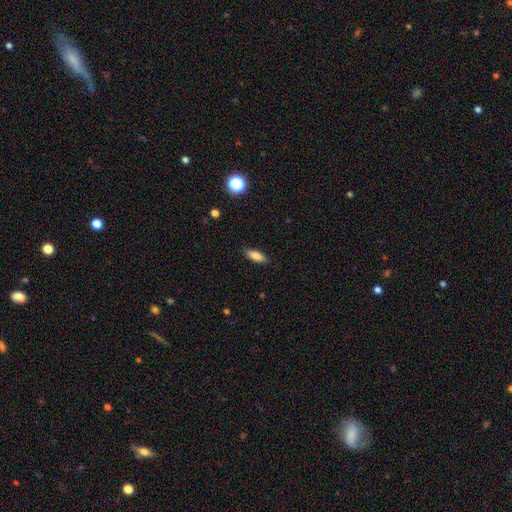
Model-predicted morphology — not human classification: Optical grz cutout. It shows a smooth galaxy with no disk features (80%) that is in between round and cigar-shaped (66%). Merging: none (86%).